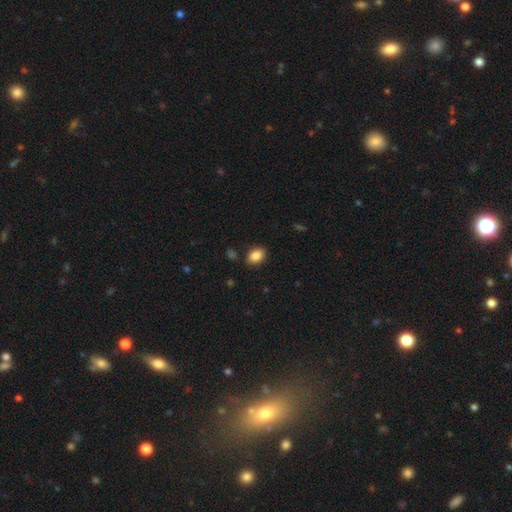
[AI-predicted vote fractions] A smooth galaxy with no disk features (87%) that is in between round and cigar-shaped (76%). Merging: none (85%).